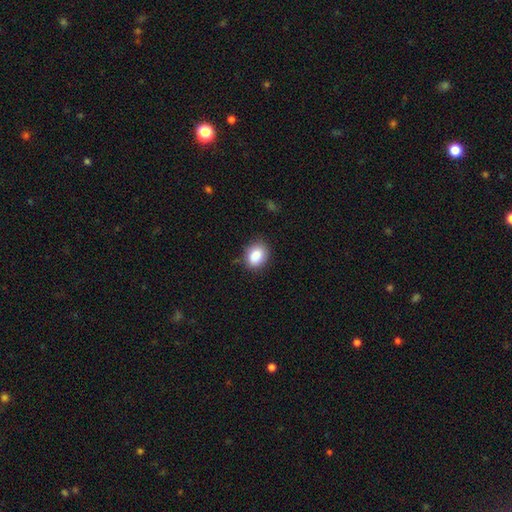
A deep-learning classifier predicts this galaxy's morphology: This is clearly a smooth galaxy (86%). How rounded: possibly in between (59%). Merging: likely none (79%).